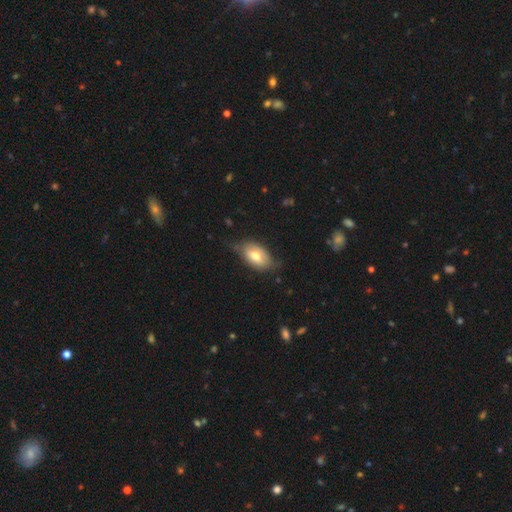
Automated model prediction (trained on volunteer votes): smooth-or-featured: smooth: 66% | featured or disk: 27% | star or artifact: 7%
  how-rounded: in between: 91% | round: 6% | cigar-shaped: 3%
  merging: none: 57% | minor disturbance: 33% | major disturbance: 9% | merger: 2%